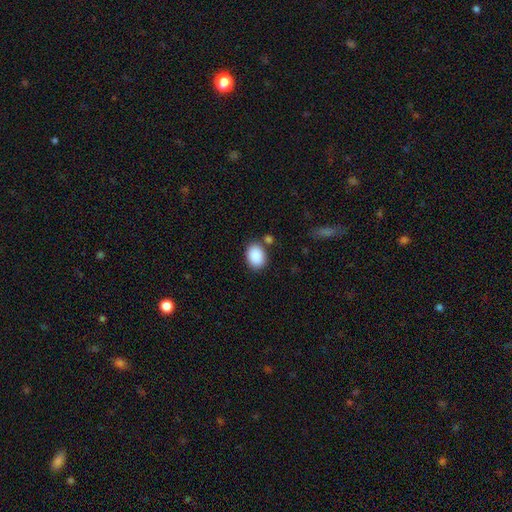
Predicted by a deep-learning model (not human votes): A smooth galaxy with no disk features (90%) that is in between round and cigar-shaped (74%).

Vote fractions:
- Smooth or featured? smooth: 90% / star or artifact: 7% / featured or disk: 3%
- How rounded? in between: 74% / round: 25% / cigar-shaped: 1%
- Merging? none: 78% / minor disturbance: 12% / merger: 6% / major disturbance: 4%